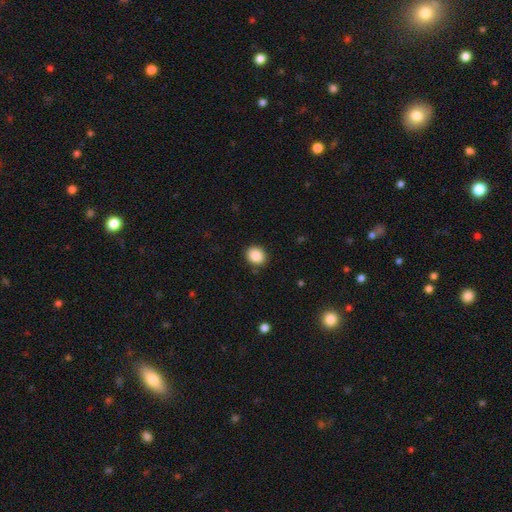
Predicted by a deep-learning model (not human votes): A smooth galaxy with no disk features (86%) that is round (64%).

Vote fractions:
- Smooth or featured? smooth: 86% / star or artifact: 9% / featured or disk: 5%
- How rounded? round: 64% / in between: 35% / cigar-shaped: 1%
- Merging? none: 88% / minor disturbance: 8% / major disturbance: 2% / merger: 1%